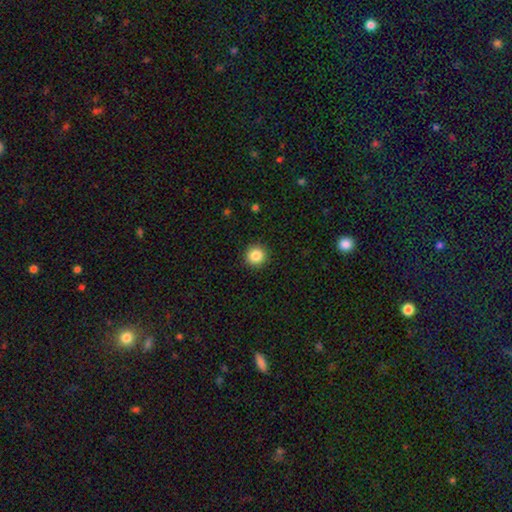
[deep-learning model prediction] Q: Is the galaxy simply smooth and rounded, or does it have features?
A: smooth — 85%.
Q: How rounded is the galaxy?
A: round — 95%.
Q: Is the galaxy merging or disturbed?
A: none — 92%.